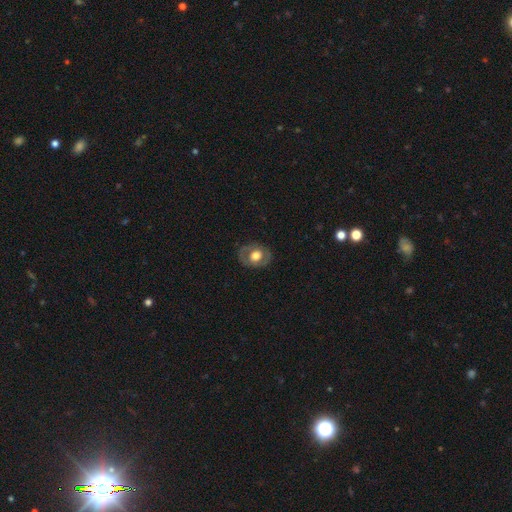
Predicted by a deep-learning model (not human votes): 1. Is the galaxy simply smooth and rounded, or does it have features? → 48% featured or disk, 45% smooth, 7% star or artifact.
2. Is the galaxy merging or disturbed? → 80% none, 13% minor disturbance, 5% major disturbance, 1% merger.